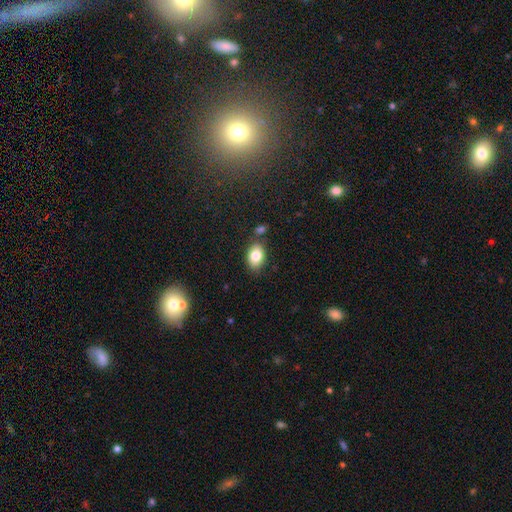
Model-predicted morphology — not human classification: Smooth or featured?
  - smooth: 82% *
  - featured or disk: 10%
  - star or artifact: 8%
How rounded?
  - in between: 84% *
  - round: 15%
  - cigar-shaped: 1%
Merging?
  - none: 75% *
  - minor disturbance: 14%
  - merger: 7%
  - major disturbance: 3%